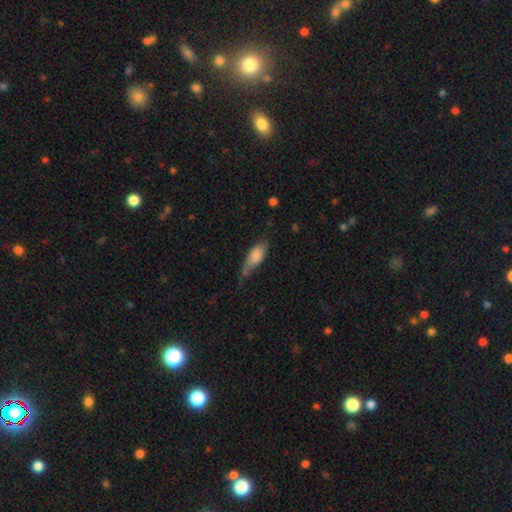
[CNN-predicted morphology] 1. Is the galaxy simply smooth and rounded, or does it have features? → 77% smooth, 17% featured or disk, 6% star or artifact.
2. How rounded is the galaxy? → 75% in between, 22% cigar-shaped, 3% round.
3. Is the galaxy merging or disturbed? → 41% minor disturbance, 36% none, 19% major disturbance, 5% merger.